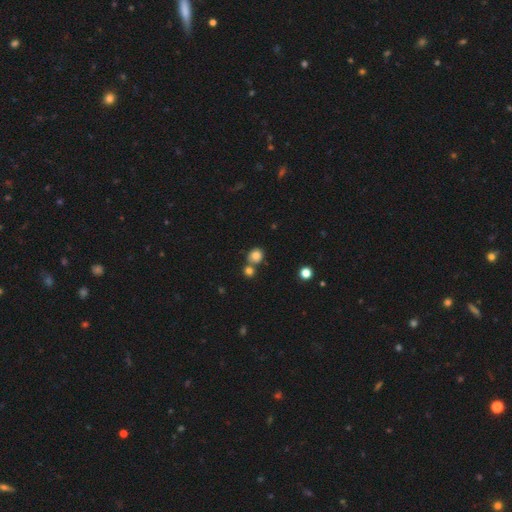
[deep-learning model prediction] Morphology: type=smooth (82%); roundness=round (80%); merging=none (60%).